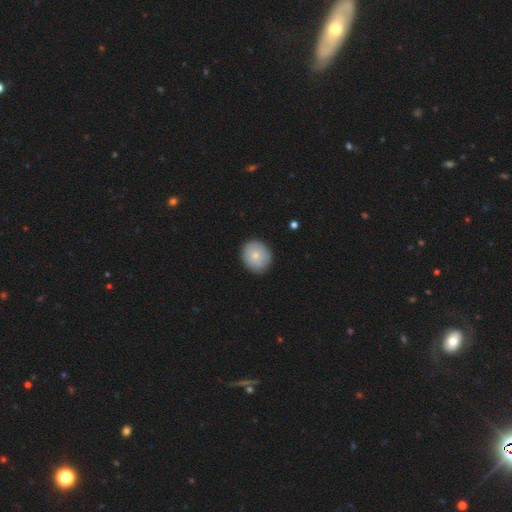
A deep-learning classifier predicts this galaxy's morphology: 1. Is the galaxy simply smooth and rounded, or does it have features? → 76% smooth, 18% featured or disk, 6% star or artifact.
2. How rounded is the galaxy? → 77% round, 22% in between, 1% cigar-shaped.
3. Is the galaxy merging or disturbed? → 87% none, 10% minor disturbance, 2% major disturbance, 1% merger.